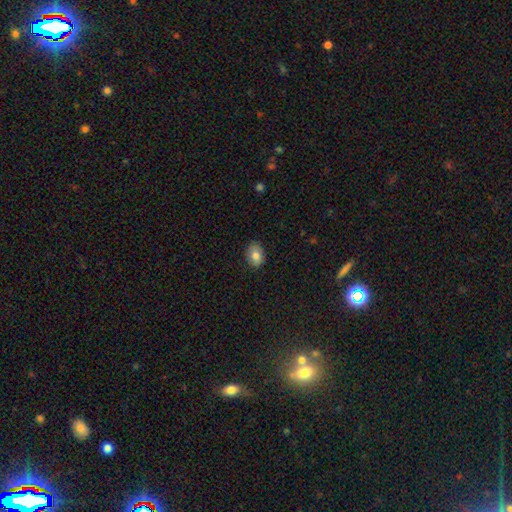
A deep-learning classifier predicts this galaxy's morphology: This appears to be a smooth galaxy with no disk features (81%) that is in between round and cigar-shaped (68%). Merging: none (85%).